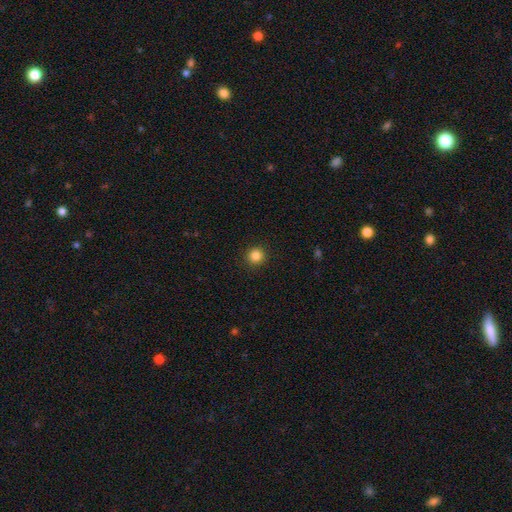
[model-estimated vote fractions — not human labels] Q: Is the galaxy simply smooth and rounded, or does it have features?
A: smooth — 84%.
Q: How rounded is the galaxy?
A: round — 95%.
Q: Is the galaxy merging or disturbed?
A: none — 93%.